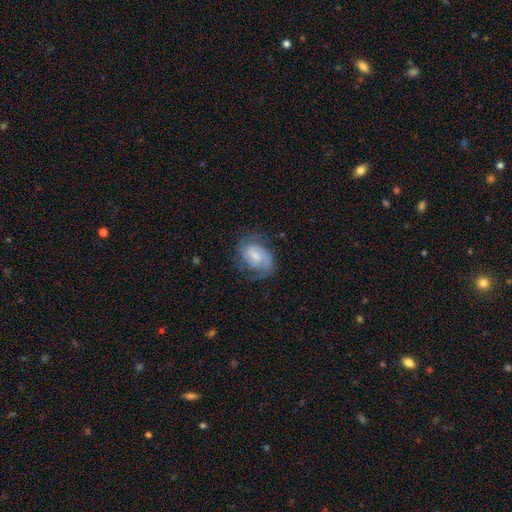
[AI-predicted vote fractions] Smooth or featured? featured or disk (69%)
Edge-on disk? no (97%)
Bar? weak (52%)
Spiral arms? yes (91%)
Spiral winding? medium (44%)
Spiral arm count? 2 (62%)
Bulge size? small (45%)
Merging? none (63%)